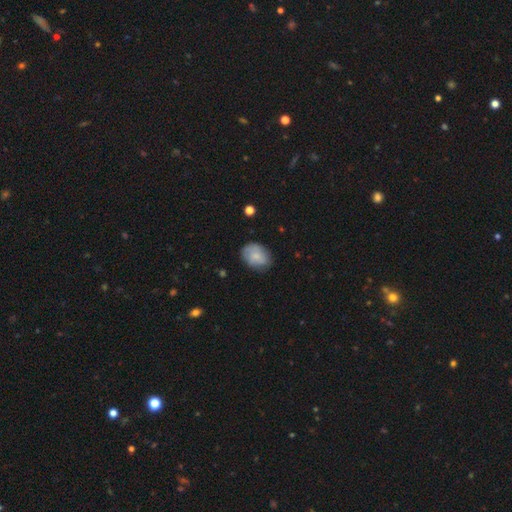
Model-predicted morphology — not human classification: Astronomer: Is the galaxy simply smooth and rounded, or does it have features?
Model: smooth — 72%.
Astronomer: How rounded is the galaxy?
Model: in between — 67%.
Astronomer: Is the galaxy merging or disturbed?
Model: none — 73%.